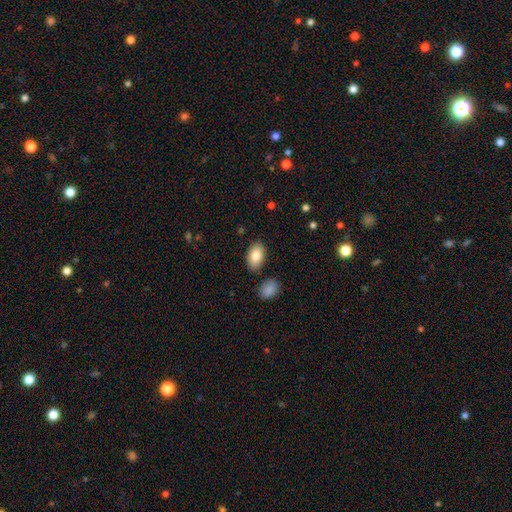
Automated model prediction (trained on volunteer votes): Smooth or featured: smooth — 85% (featured or disk — 8%)
How rounded: in between — 93% (round — 6%)
Merging: none — 85% (minor disturbance — 9%)